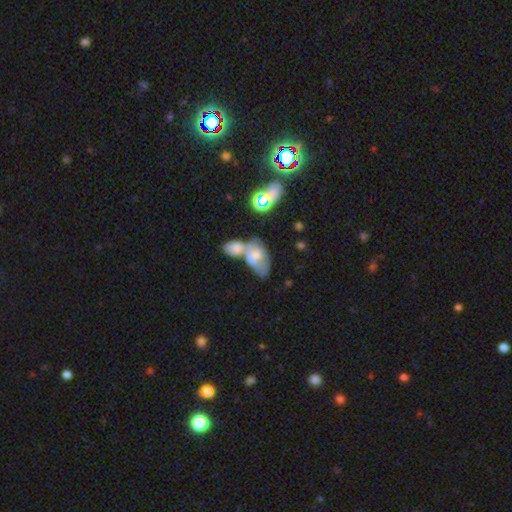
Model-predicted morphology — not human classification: smooth_or_featured: smooth (p=0.47) [alt: featured or disk p=0.39]
merging: merger (p=0.64) [alt: none p=0.18]